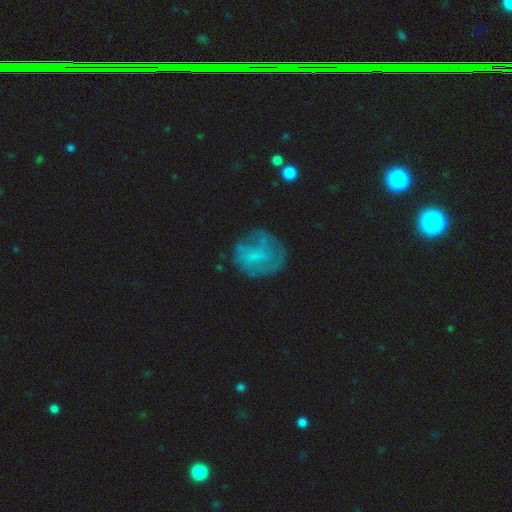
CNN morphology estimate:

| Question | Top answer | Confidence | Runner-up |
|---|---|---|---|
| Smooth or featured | featured or disk | 47% | smooth (41%) |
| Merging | none | 60% | minor disturbance (21%) |